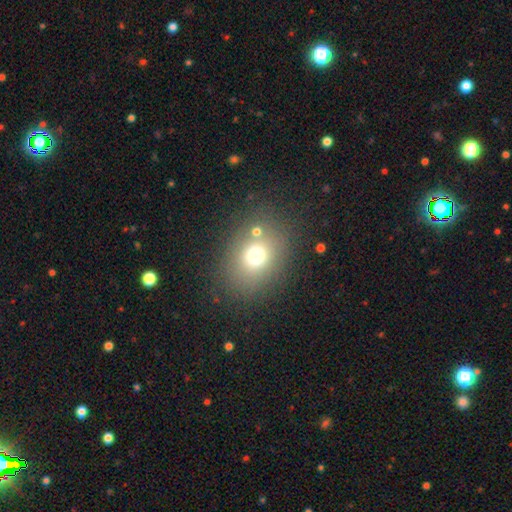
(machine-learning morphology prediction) smooth_or_featured: smooth (p=0.70) [alt: star or artifact p=0.16]
how_rounded: round (p=0.52) [alt: in between p=0.47]
merging: none (p=0.75) [alt: minor disturbance p=0.11]